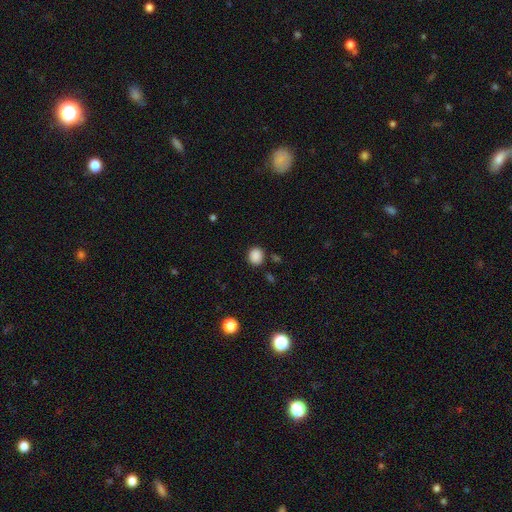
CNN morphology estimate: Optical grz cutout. It shows a smooth galaxy with no disk features (87%) that is round (74%). Merging: none (85%).